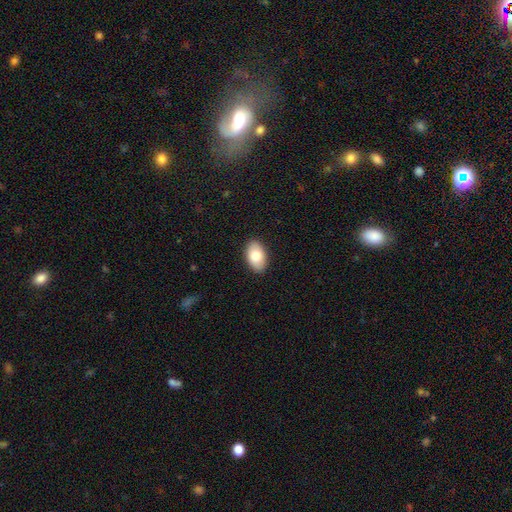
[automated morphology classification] type=smooth (82%); roundness=in between (93%); merging=none (89%).